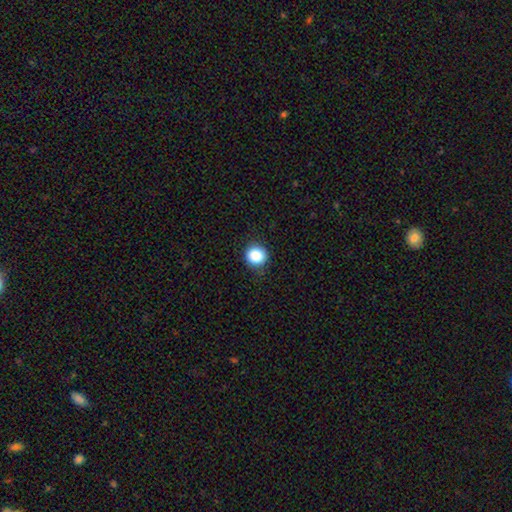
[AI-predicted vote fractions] Morphology: type=smooth (87%); roundness=round (93%); merging=none (88%).